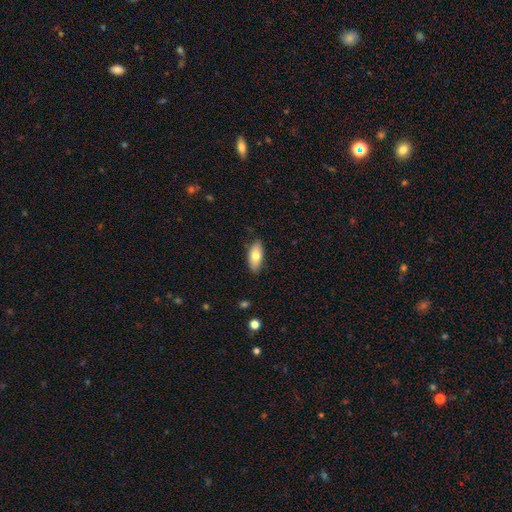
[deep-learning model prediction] smooth-or-featured: smooth: 75% | featured or disk: 18% | star or artifact: 6%
  how-rounded: in between: 85% | cigar-shaped: 13% | round: 3%
  merging: none: 84% | minor disturbance: 13% | major disturbance: 2% | merger: 1%